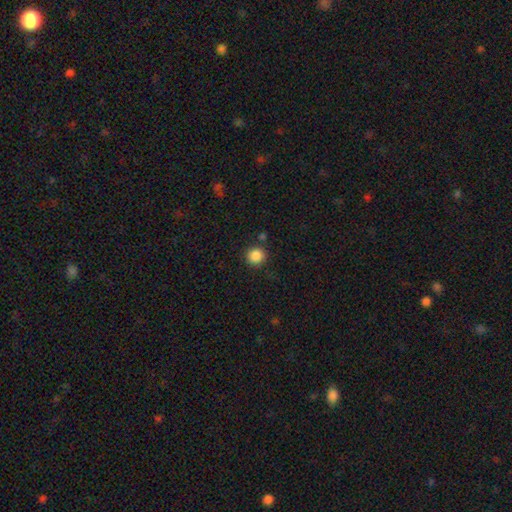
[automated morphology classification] Smooth or featured: smooth — 87% (star or artifact — 10%)
How rounded: round — 93% (in between — 6%)
Merging: none — 86% (minor disturbance — 7%)